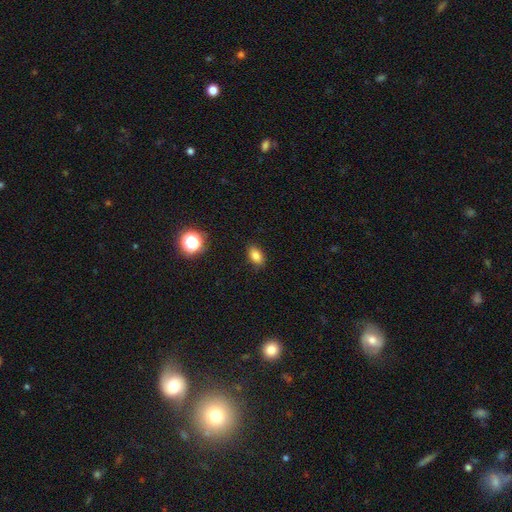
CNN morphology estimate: smooth 81%, star or artifact 12%, featured or disk 7%. Down the decision tree: how rounded — in between (84%); merging — none (88%).